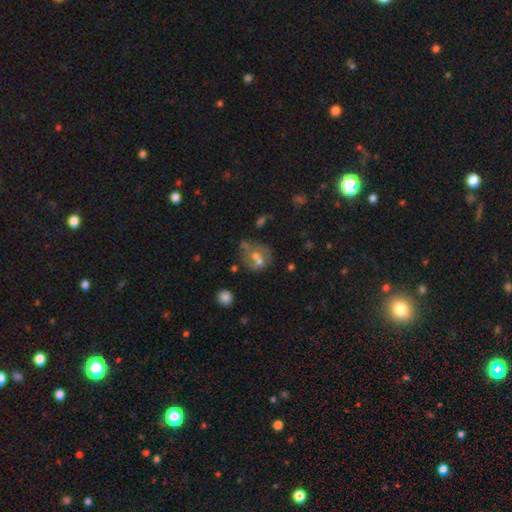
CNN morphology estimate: Overall: featured or disk (48%; smooth 37%). Merging: none (37%; merger 28%).